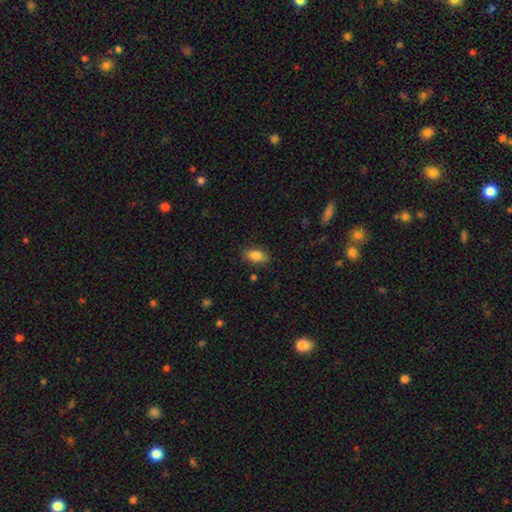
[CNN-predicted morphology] A smooth galaxy with no disk features (84%) that is in between round and cigar-shaped (90%).

Vote fractions:
- Smooth or featured? smooth: 84% / featured or disk: 8% / star or artifact: 8%
- How rounded? in between: 90% / round: 7% / cigar-shaped: 3%
- Merging? none: 85% / minor disturbance: 11% / major disturbance: 3% / merger: 1%